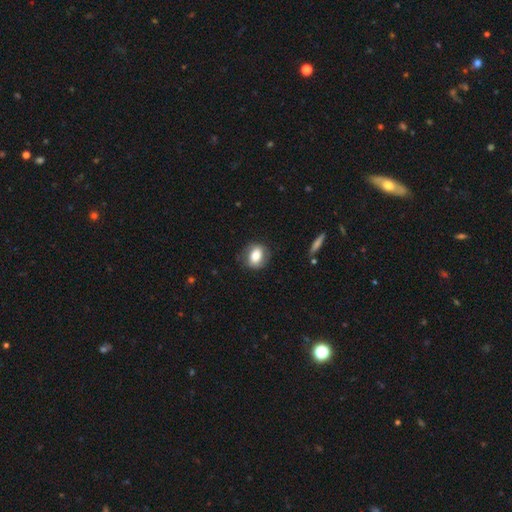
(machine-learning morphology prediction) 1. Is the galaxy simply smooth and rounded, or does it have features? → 71% smooth, 22% featured or disk, 8% star or artifact.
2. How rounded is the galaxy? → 55% in between, 43% round, 2% cigar-shaped.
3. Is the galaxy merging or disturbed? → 79% none, 15% minor disturbance, 5% major disturbance, 1% merger.